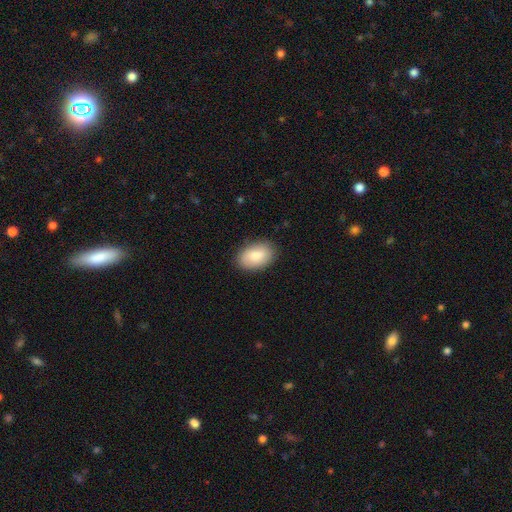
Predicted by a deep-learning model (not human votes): Overall: smooth (84%). How rounded: in between (91%). Merging: none (86%).